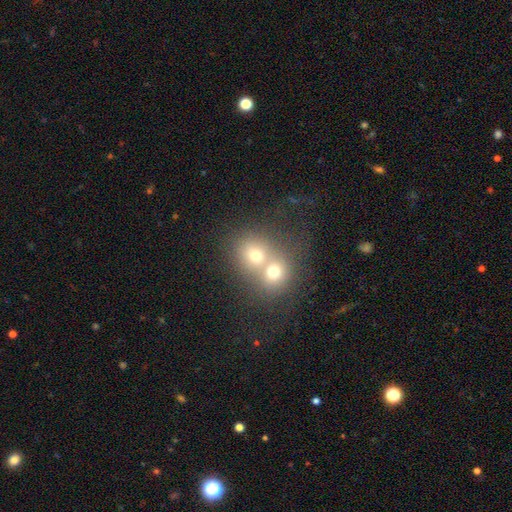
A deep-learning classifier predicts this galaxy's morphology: A smooth galaxy with no disk features (67%) that is round (75%). Merging: merger (64%).